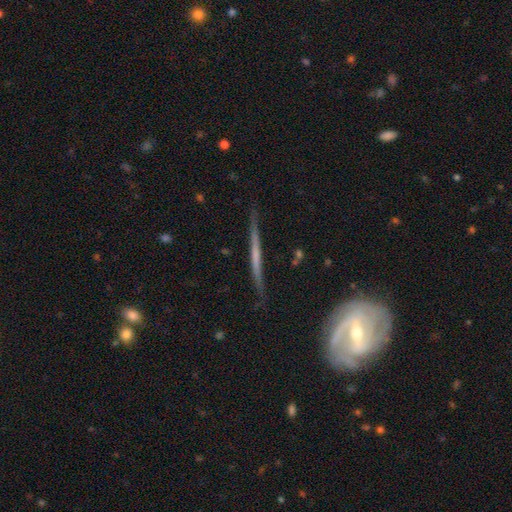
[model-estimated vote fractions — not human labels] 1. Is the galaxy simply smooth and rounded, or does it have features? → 66% featured or disk, 28% smooth, 7% star or artifact.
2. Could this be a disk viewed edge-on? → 93% yes, 7% no.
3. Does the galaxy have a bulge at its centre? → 76% none, 15% rounded, 9% boxy.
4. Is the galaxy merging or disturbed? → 81% none, 13% minor disturbance, 3% major disturbance, 2% merger.